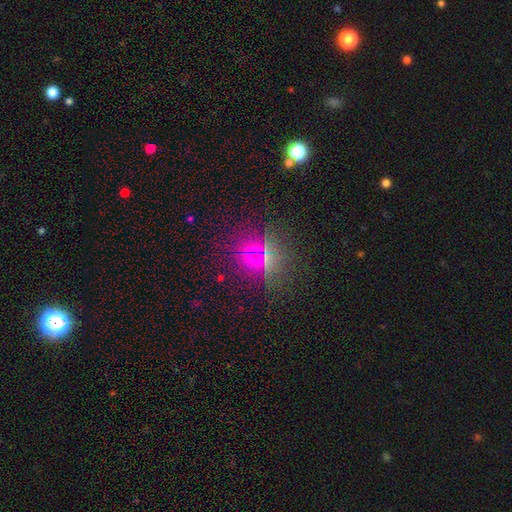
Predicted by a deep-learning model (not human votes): smooth_or_featured: smooth (p=0.54) [alt: star or artifact p=0.36]
how_rounded: round (p=0.81) [alt: in between p=0.17]
merging: none (p=0.81) [alt: minor disturbance p=0.10]